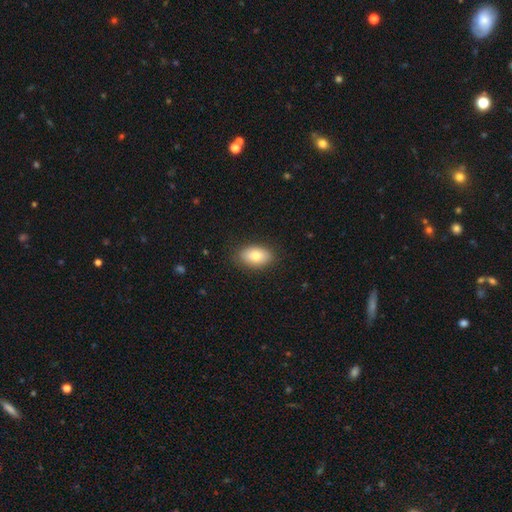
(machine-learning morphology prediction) A smooth galaxy with no disk features (78%) that is in between round and cigar-shaped (89%).

Vote fractions:
- Smooth or featured? smooth: 78% / featured or disk: 14% / star or artifact: 8%
- How rounded? in between: 89% / round: 9% / cigar-shaped: 2%
- Merging? none: 86% / minor disturbance: 10% / major disturbance: 2% / merger: 1%